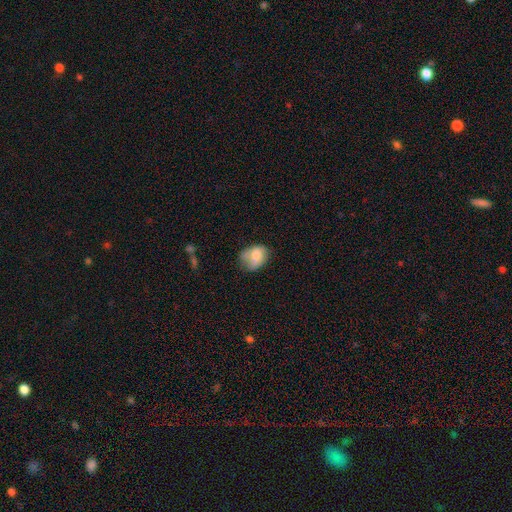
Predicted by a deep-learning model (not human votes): smooth_or_featured: smooth (p=0.73) [alt: featured or disk p=0.18]
how_rounded: in between (p=0.68) [alt: round p=0.30]
merging: none (p=0.40) [alt: minor disturbance p=0.37]